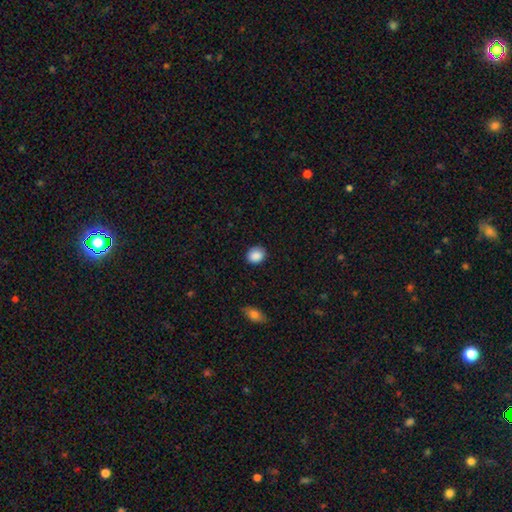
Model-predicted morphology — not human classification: smooth-or-featured: smooth: 89% | star or artifact: 8% | featured or disk: 3%
  how-rounded: round: 65% | in between: 34% | cigar-shaped: 1%
  merging: none: 87% | minor disturbance: 9% | major disturbance: 2% | merger: 1%